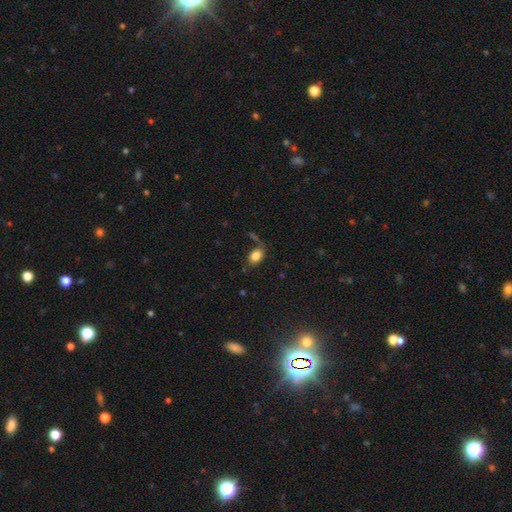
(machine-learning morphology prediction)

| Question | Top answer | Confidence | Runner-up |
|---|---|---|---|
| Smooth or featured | smooth | 83% | star or artifact (9%) |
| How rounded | in between | 84% | round (15%) |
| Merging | none | 65% | minor disturbance (17%) |